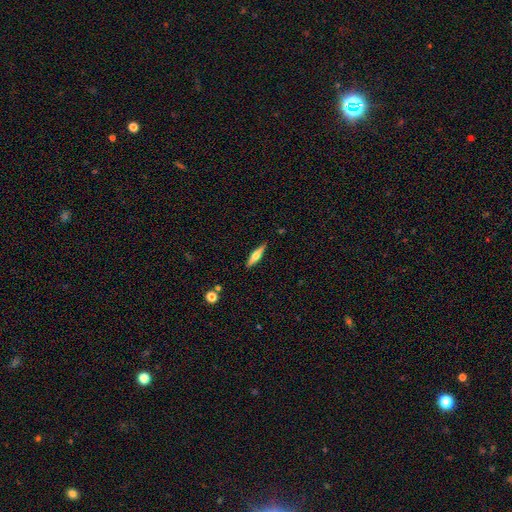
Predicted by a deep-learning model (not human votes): A featured or disk galaxy (55%) viewed edge-on (96%) with a rounded central bulge (90%). Merging: none (88%).